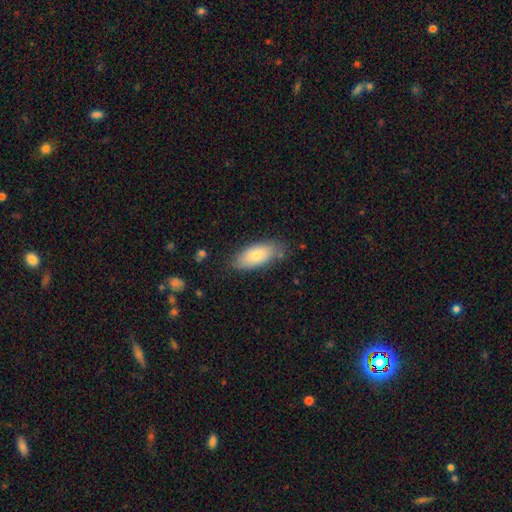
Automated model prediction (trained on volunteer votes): Smooth or featured? Predicted: smooth (p=0.77). How rounded? Predicted: in between (p=0.86). Merging? Predicted: none (p=0.78).